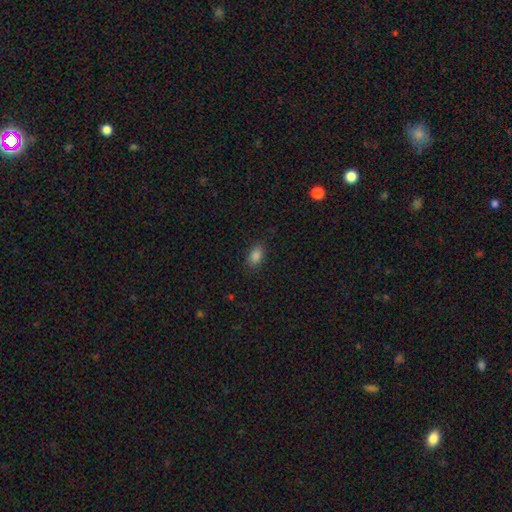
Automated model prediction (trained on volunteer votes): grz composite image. It shows a smooth galaxy with no disk features (85%) that is in between round and cigar-shaped (87%). Merging: none (83%).